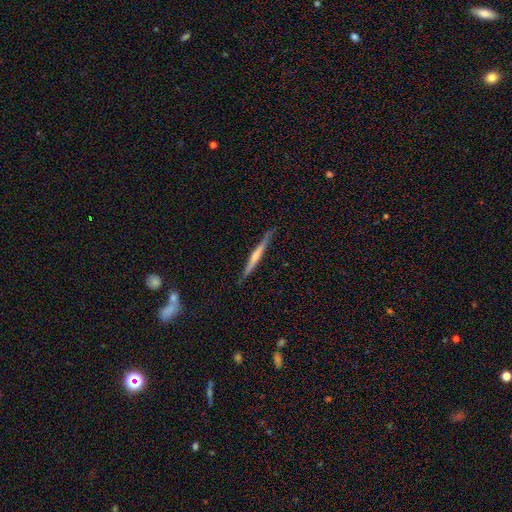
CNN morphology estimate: type=featured or disk (70%); edge-on=yes (98%); edge-on bulge=rounded (63%); merging=none (88%).